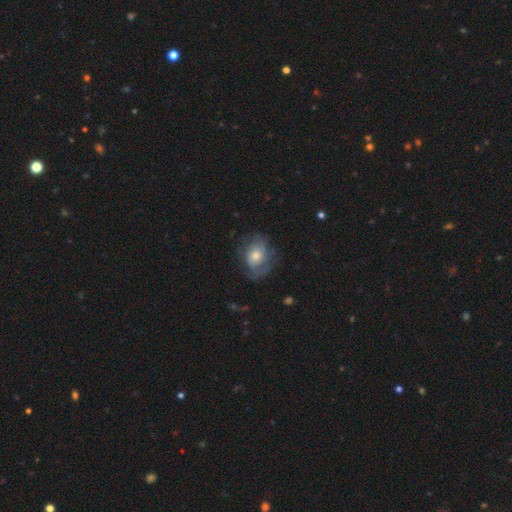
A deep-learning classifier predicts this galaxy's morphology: Smooth or featured? Predicted: featured or disk (p=0.57). Edge-on disk? Predicted: no (p=0.96). Bar? Predicted: no (p=0.73). Spiral arms? Predicted: yes (p=0.78). Bulge size? Predicted: moderate (p=0.58). Merging? Predicted: none (p=0.63).